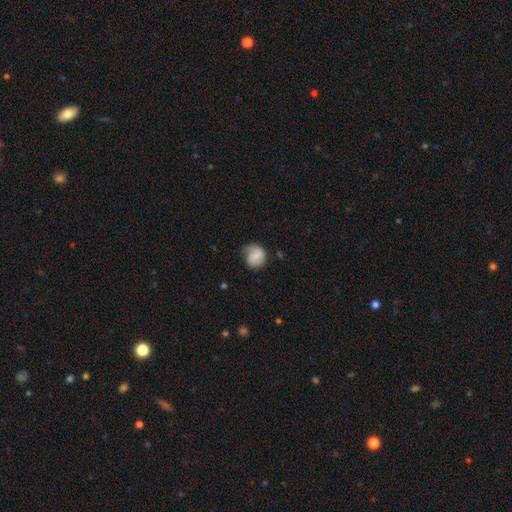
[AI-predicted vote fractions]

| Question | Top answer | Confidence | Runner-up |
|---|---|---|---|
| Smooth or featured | smooth | 64% | featured or disk (28%) |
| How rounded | round | 79% | in between (20%) |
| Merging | none | 57% | minor disturbance (30%) |